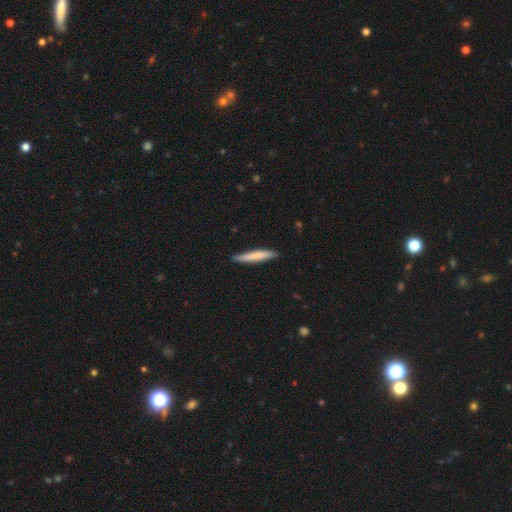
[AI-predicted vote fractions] Q: Smooth or featured?
A: smooth (73%); runner-up: featured or disk (22%)
Q: How rounded?
A: cigar-shaped (94%); runner-up: in between (5%)
Q: Merging?
A: none (88%); runner-up: minor disturbance (9%)